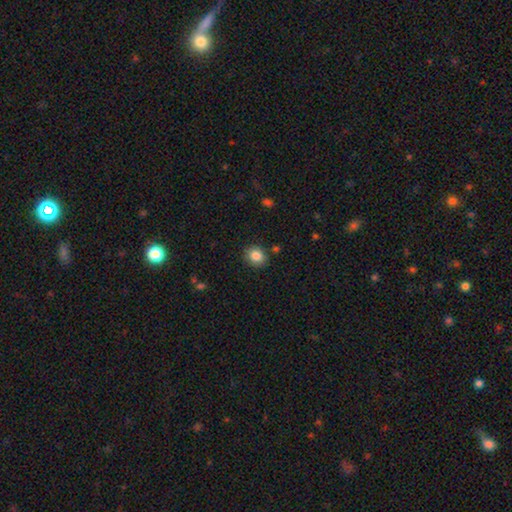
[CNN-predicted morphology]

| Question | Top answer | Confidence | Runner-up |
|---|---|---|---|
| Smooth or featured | smooth | 85% | star or artifact (10%) |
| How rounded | round | 70% | in between (29%) |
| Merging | none | 86% | minor disturbance (9%) |